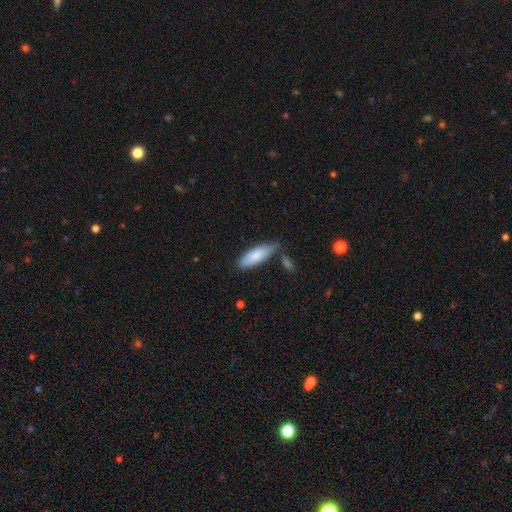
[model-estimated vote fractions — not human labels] Smooth or featured?
  - smooth: 83% *
  - featured or disk: 12%
  - star or artifact: 6%
How rounded?
  - in between: 61% *
  - cigar-shaped: 38%
  - round: 2%
Merging?
  - none: 67% *
  - minor disturbance: 21%
  - merger: 8%
  - major disturbance: 4%